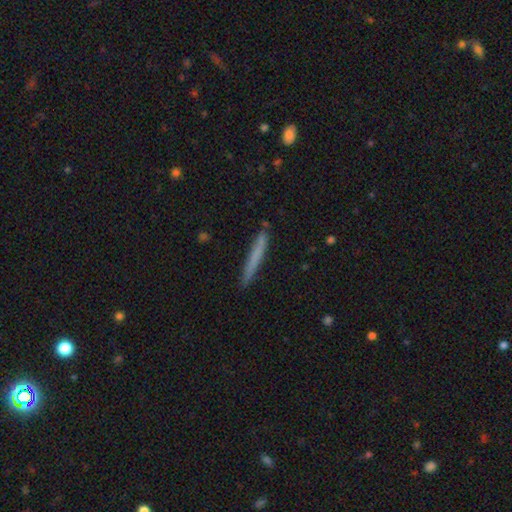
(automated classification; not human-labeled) Smooth or featured? Predicted: smooth (p=0.67). How rounded? Predicted: cigar-shaped (p=0.97). Merging? Predicted: none (p=0.89).